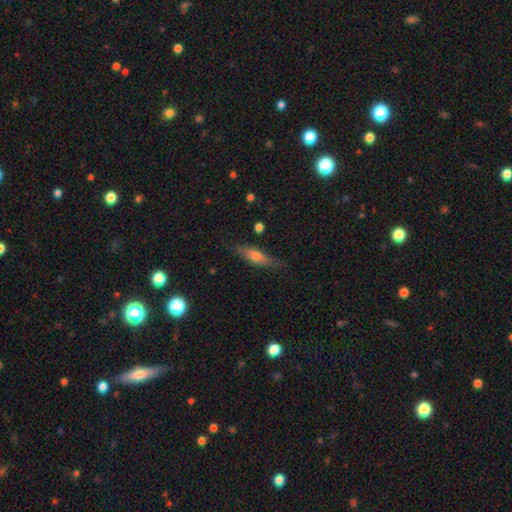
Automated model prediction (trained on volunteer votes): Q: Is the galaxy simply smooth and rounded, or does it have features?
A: smooth — 53%.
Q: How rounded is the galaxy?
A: cigar-shaped — 67%.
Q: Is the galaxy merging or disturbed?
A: none — 80%.